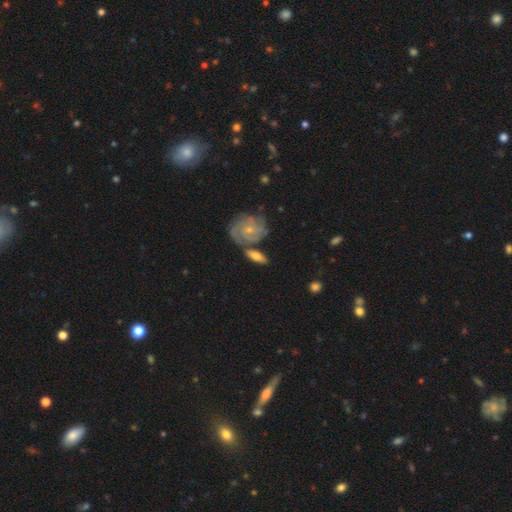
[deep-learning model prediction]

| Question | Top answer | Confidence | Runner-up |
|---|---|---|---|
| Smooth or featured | featured or disk | 50% | smooth (44%) |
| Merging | none | 63% | merger (16%) |